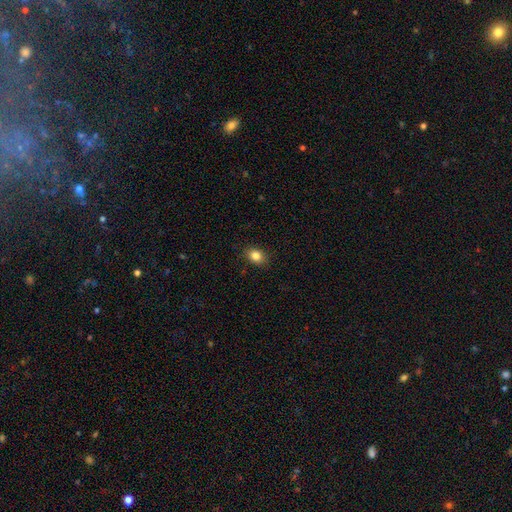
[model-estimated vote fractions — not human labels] smooth 84%, star or artifact 10%, featured or disk 6%. Down the decision tree: how rounded — in between (63%); merging — none (88%).